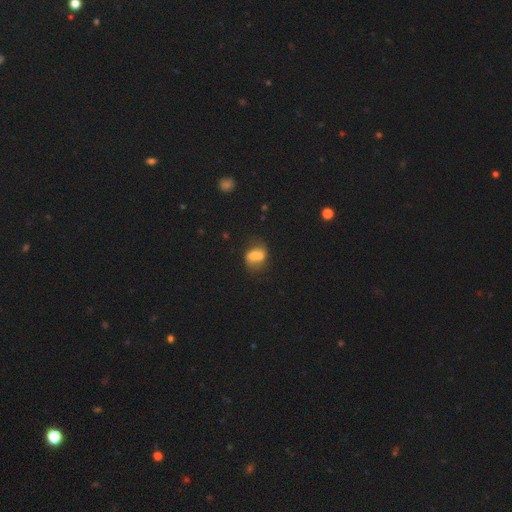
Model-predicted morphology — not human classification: Smooth or featured: smooth — 58% (featured or disk — 31%)
How rounded: in between — 53% (round — 45%)
Merging: merger — 60% (none — 26%)